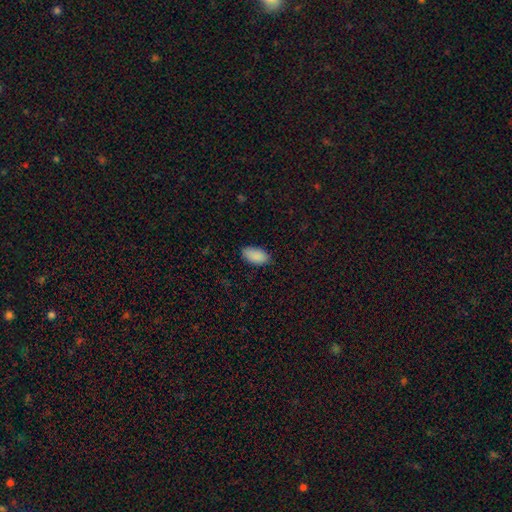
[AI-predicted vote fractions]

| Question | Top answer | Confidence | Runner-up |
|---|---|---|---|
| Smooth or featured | smooth | 89% | star or artifact (7%) |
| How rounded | in between | 95% | cigar-shaped (3%) |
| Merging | none | 84% | minor disturbance (13%) |